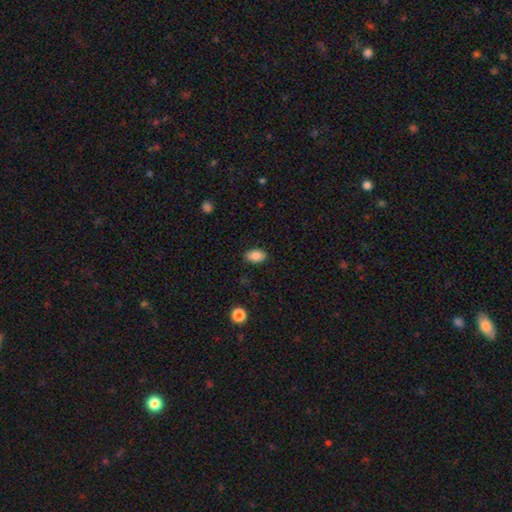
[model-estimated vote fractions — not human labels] Q: Smooth or featured?
A: smooth (83%); runner-up: featured or disk (9%)
Q: How rounded?
A: in between (87%); runner-up: round (12%)
Q: Merging?
A: none (84%); runner-up: minor disturbance (12%)